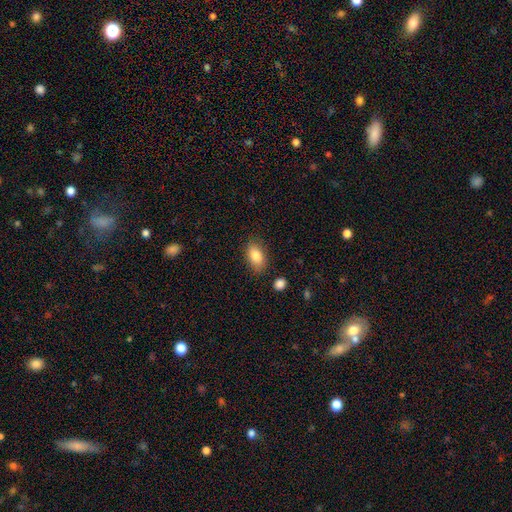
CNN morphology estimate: type=smooth (84%); roundness=in between (89%); merging=none (82%).